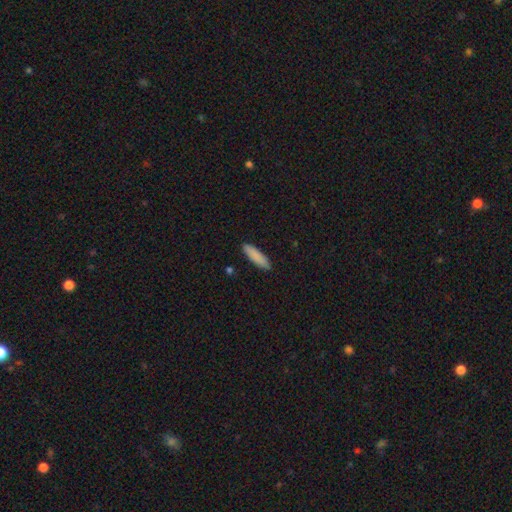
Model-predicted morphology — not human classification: Overall: smooth (87%). How rounded: cigar-shaped (69%; in between 30%). Merging: none (89%).